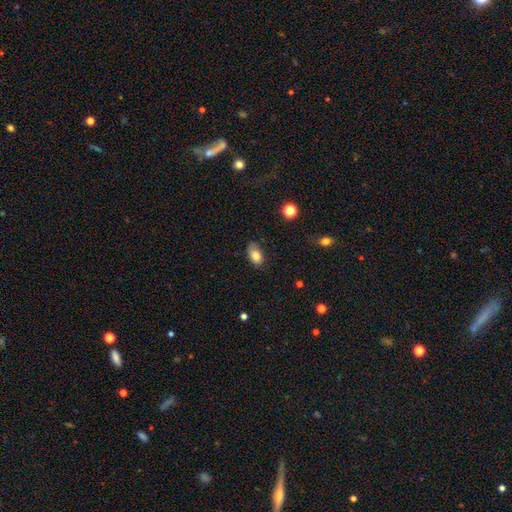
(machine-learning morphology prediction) Smooth or featured: smooth — 81% (featured or disk — 11%)
How rounded: in between — 92% (round — 6%)
Merging: none — 71% (minor disturbance — 23%)